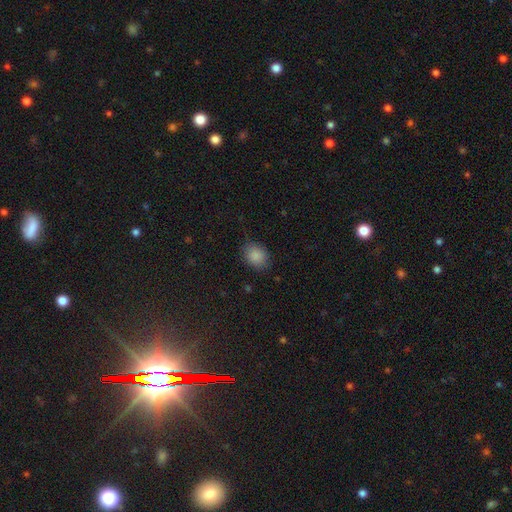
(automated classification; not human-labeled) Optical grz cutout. It shows a smooth galaxy with no disk features (87%) that is in between round and cigar-shaped (53%). Merging: none (78%).